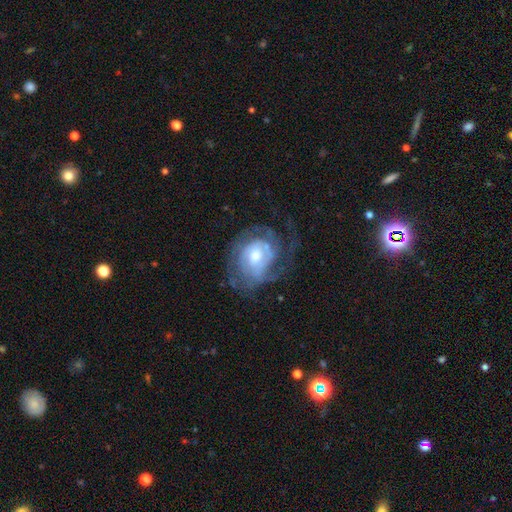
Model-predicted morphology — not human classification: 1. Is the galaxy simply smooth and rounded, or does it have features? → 80% featured or disk, 14% smooth, 6% star or artifact.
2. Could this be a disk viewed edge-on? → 97% no, 3% yes.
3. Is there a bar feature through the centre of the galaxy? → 63% no, 31% weak, 6% strong.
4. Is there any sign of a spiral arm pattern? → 88% yes, 12% no.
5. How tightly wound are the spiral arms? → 56% tight, 31% medium, 12% loose.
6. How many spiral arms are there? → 40% can't tell, 26% 2, 16% 3, 8% 1, 6% 4, 4% more than 4.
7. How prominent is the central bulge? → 60% moderate, 27% small, 10% large, 2% none, 1% dominant.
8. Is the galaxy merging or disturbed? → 57% none, 22% major disturbance, 20% minor disturbance, 2% merger.